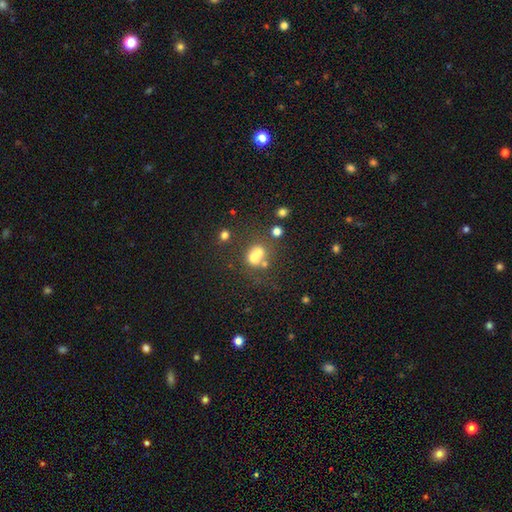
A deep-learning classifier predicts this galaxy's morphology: The model was most divided on "merging": merger: 53%, none: 34%, minor disturbance: 8%, major disturbance: 5%. More confident: how rounded — round (76%); smooth or featured — smooth (60%).